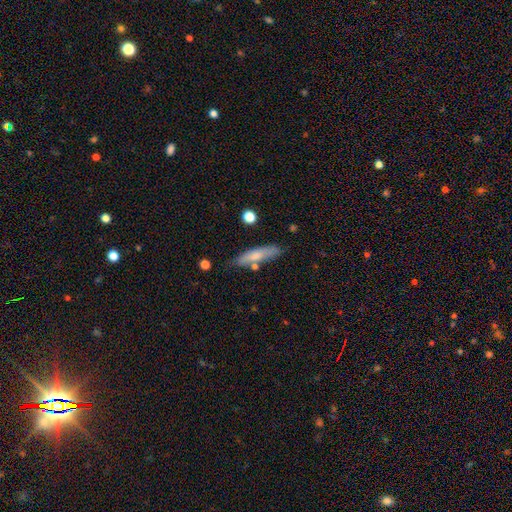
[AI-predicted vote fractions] Q: Smooth or featured?
A: smooth (70%); runner-up: featured or disk (23%)
Q: How rounded?
A: cigar-shaped (78%); runner-up: in between (20%)
Q: Merging?
A: none (75%); runner-up: minor disturbance (15%)